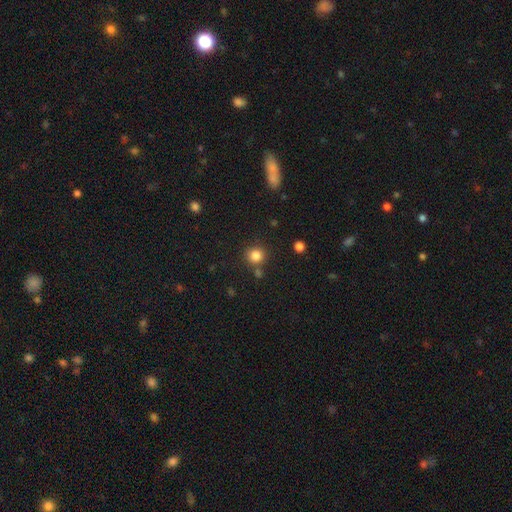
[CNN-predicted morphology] smooth_or_featured: smooth (p=0.83) [alt: star or artifact p=0.12]
how_rounded: round (p=0.90) [alt: in between p=0.09]
merging: none (p=0.80) [alt: merger p=0.08]